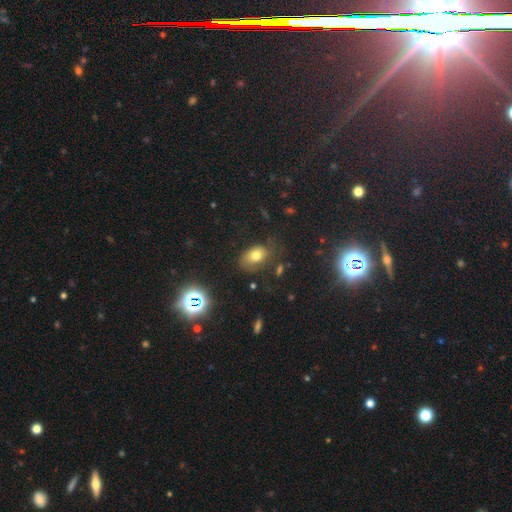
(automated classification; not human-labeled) Q: Smooth or featured?
A: smooth (69%); runner-up: star or artifact (16%)
Q: How rounded?
A: in between (77%); runner-up: round (21%)
Q: Merging?
A: none (56%); runner-up: minor disturbance (25%)